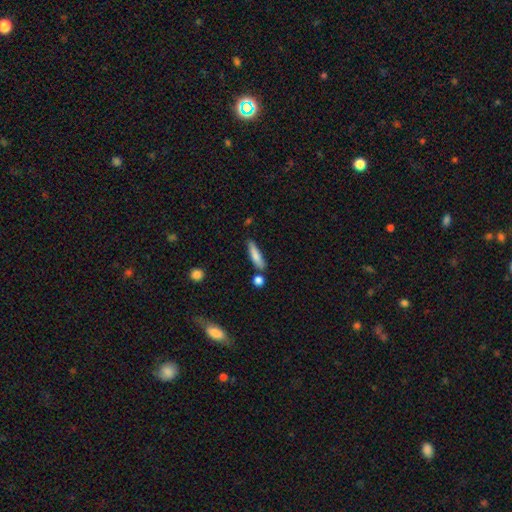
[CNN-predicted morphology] Q: Smooth or featured?
A: smooth (77%); runner-up: featured or disk (17%)
Q: How rounded?
A: cigar-shaped (76%); runner-up: in between (22%)
Q: Merging?
A: none (72%); runner-up: minor disturbance (15%)